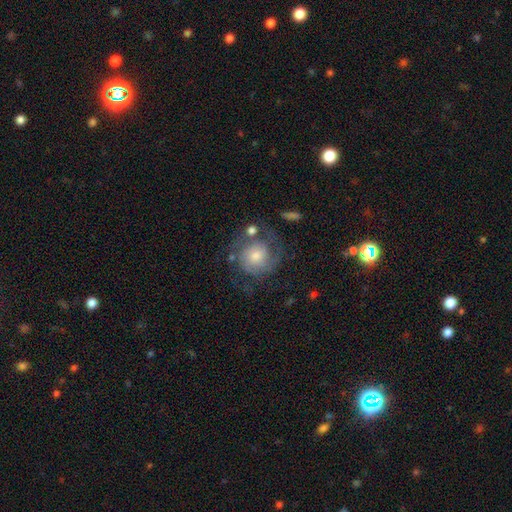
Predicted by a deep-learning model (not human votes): Smooth or featured?
  - featured or disk: 71% *
  - smooth: 21%
  - star or artifact: 8%
Edge-on disk?
  - no: 98% *
  - yes: 2%
Bar?
  - no: 76% *
  - weak: 21%
  - strong: 3%
Spiral arms?
  - yes: 90% *
  - no: 10%
Spiral winding?
  - tight: 51% *
  - medium: 36%
  - loose: 13%
Spiral arm count?
  - 2: 52% *
  - can't tell: 24%
  - 3: 10%
  - 1: 8%
  - 4: 3%
  - more than 4: 3%
Bulge size?
  - moderate: 50% *
  - small: 35%
  - large: 10%
  - none: 3%
  - dominant: 2%
Merging?
  - none: 62% *
  - minor disturbance: 17%
  - major disturbance: 15%
  - merger: 5%